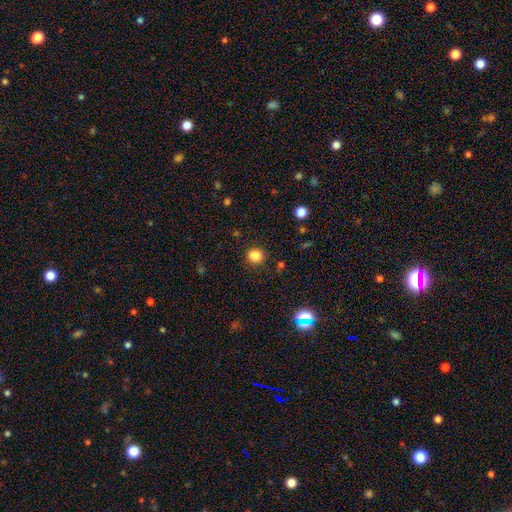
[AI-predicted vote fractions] A smooth galaxy with no disk features (84%) that is round (83%). Merging: none (88%).